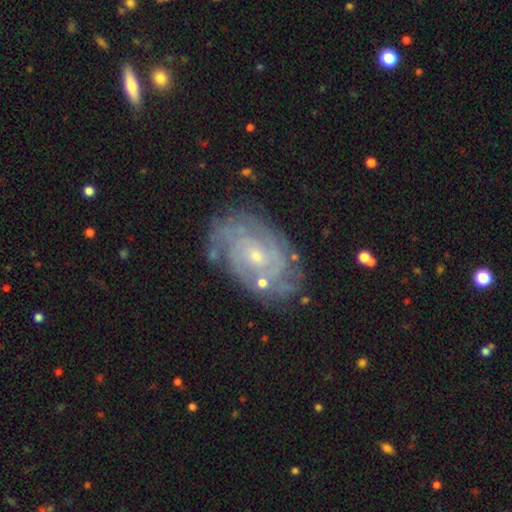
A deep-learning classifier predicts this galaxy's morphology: type=featured or disk (86%); edge-on=no (96%); bar=no (72%); spiral arms=yes (95%); winding=tight (73%); arm count=can't tell (34%); bulge=small (70%); merging=none (77%).